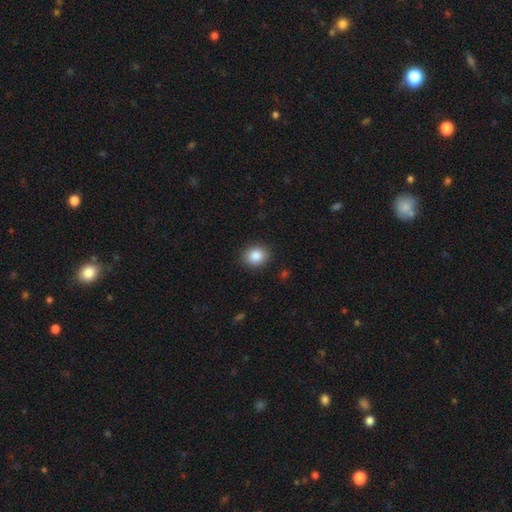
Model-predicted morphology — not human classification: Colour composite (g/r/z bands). It shows a smooth galaxy with no disk features (87%) that is round (71%). Merging: none (89%).